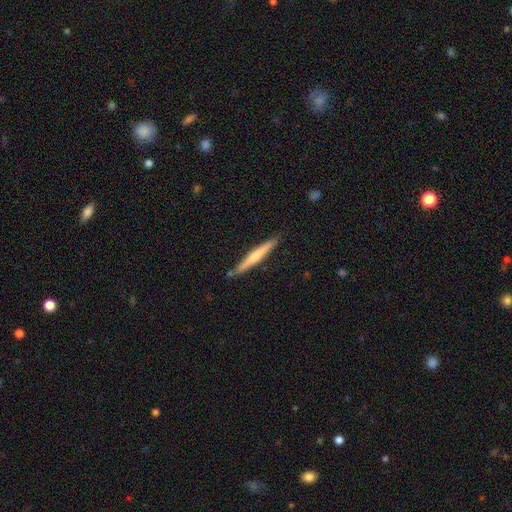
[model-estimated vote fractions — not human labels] The model was most divided on "smooth or featured": smooth: 51%, featured or disk: 44%, star or artifact: 5%. More confident: how rounded — cigar-shaped (96%); merging — none (86%).